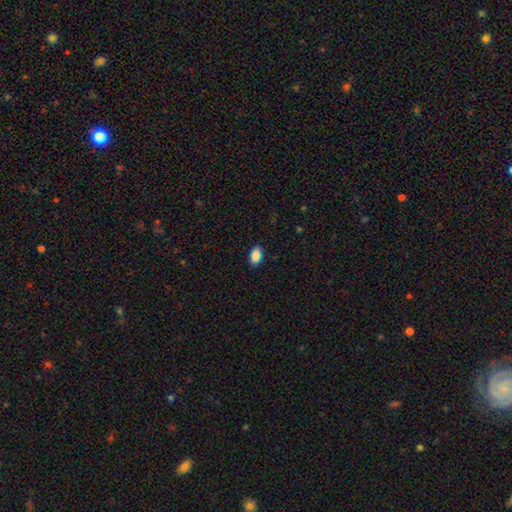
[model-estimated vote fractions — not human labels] A smooth galaxy with no disk features (89%) that is in between round and cigar-shaped (92%).

Vote fractions:
- Smooth or featured? smooth: 89% / star or artifact: 7% / featured or disk: 3%
- How rounded? in between: 92% / round: 6% / cigar-shaped: 2%
- Merging? none: 89% / minor disturbance: 8% / major disturbance: 2% / merger: 1%